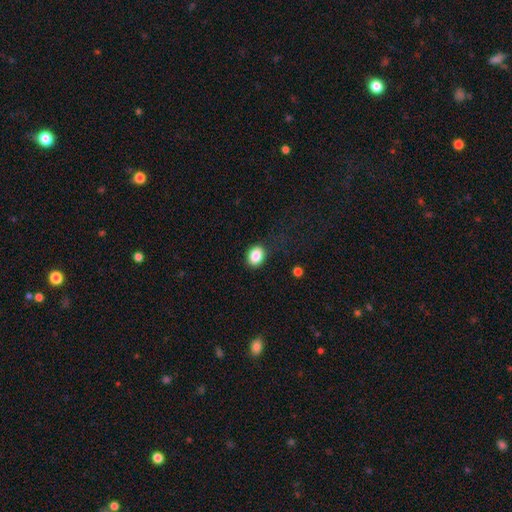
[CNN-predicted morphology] The model was most divided on "how rounded": in between: 63%, round: 36%, cigar-shaped: 1%. More confident: smooth or featured — smooth (86%); merging — none (84%).